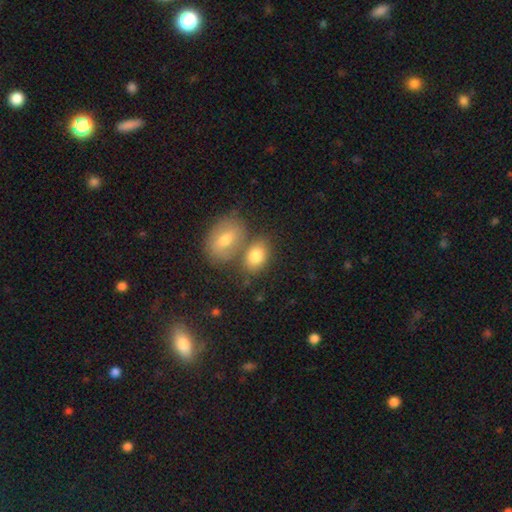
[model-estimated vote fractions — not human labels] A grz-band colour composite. It shows a smooth galaxy with no disk features (79%) that is in between round and cigar-shaped (79%). Merging: none (47%).